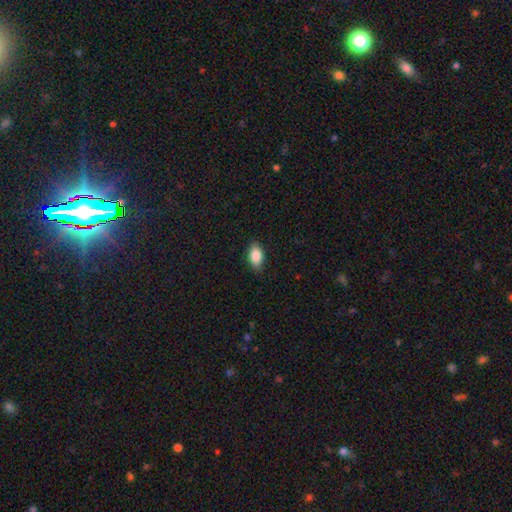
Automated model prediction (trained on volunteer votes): Smooth or featured: smooth — 87% (star or artifact — 7%)
How rounded: in between — 92% (round — 6%)
Merging: none — 86% (minor disturbance — 11%)